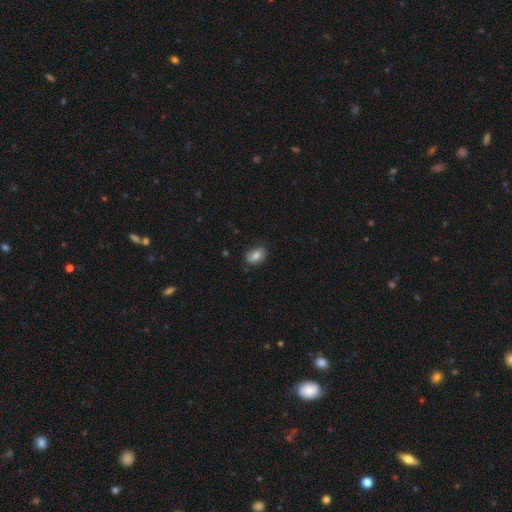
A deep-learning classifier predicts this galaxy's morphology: Smooth or featured: smooth — 80% (featured or disk — 12%)
How rounded: in between — 86% (round — 12%)
Merging: none — 79% (minor disturbance — 17%)